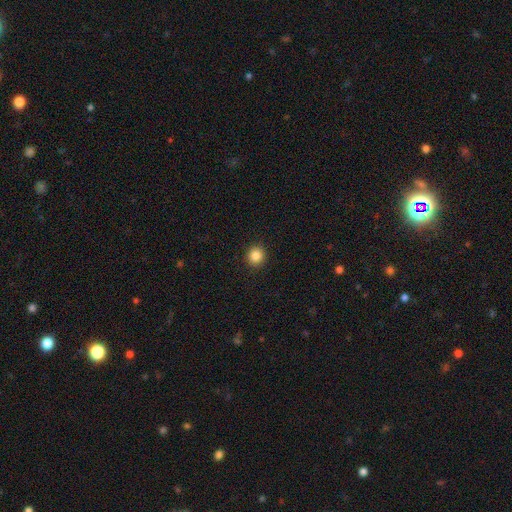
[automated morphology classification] type=smooth (85%); roundness=round (90%); merging=none (92%).